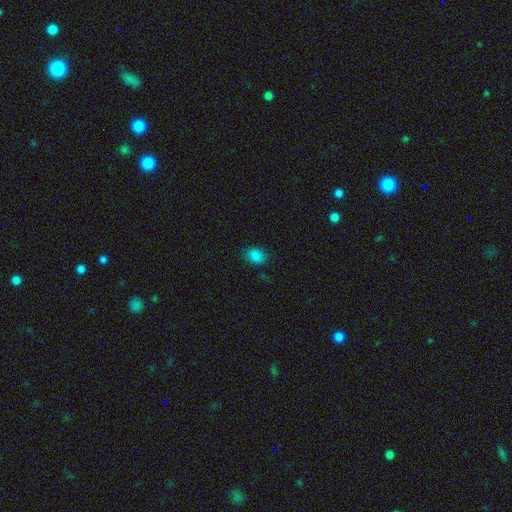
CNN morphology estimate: This appears to be a smooth galaxy with no disk features (83%) that is in between round and cigar-shaped (68%). Merging: none (77%).